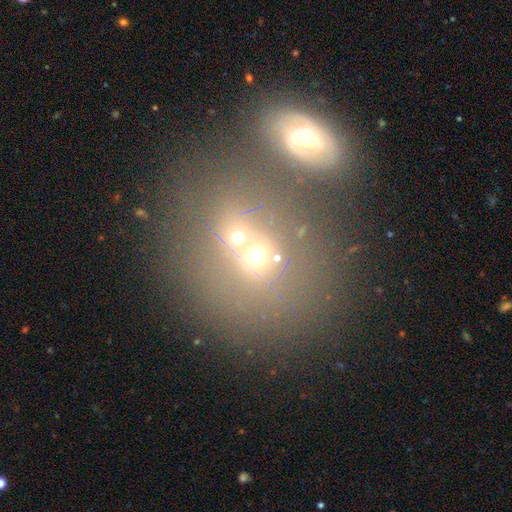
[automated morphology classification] This is possibly a smooth galaxy (56%). How rounded: likely round (68%). Merging: possibly merger (54%).